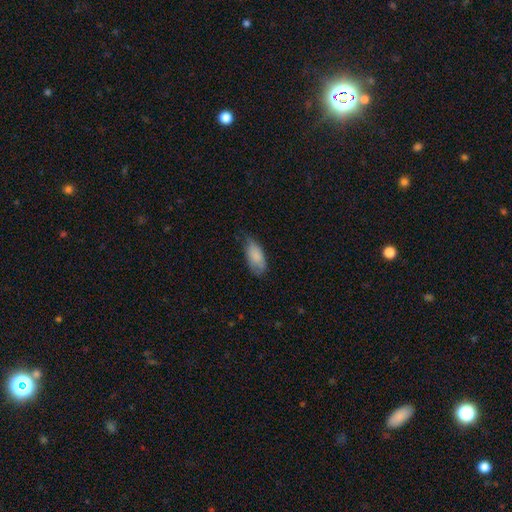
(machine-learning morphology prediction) This appears to be a smooth galaxy with no disk features (83%) that is in between round and cigar-shaped (90%). Merging: none (50%).